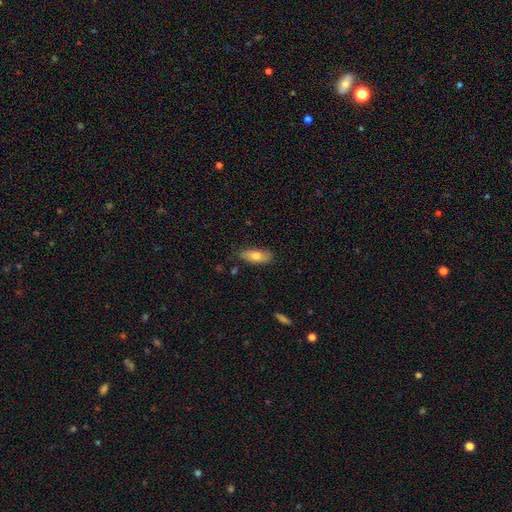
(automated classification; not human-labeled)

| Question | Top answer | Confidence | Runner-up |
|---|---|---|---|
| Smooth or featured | smooth | 75% | featured or disk (18%) |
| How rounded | in between | 78% | cigar-shaped (20%) |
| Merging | none | 79% | minor disturbance (16%) |